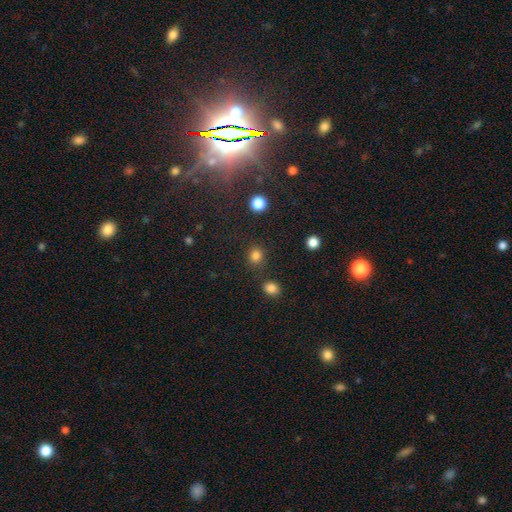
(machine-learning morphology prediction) The model was most divided on "how rounded": round: 81%, in between: 18%, cigar-shaped: 1%. More confident: merging — none (83%); smooth or featured — smooth (83%).